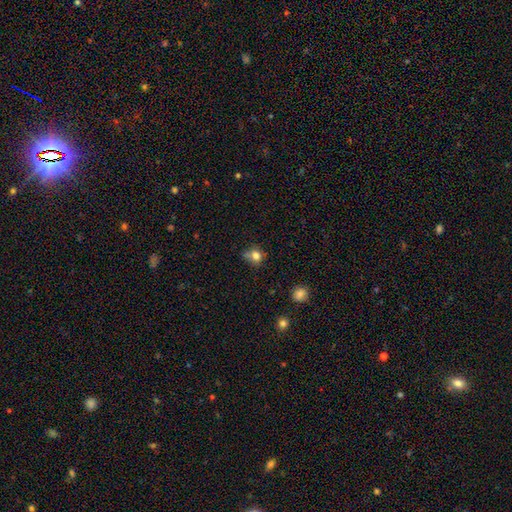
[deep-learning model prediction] Smooth or featured? Predicted: smooth (p=0.78). How rounded? Predicted: round (p=0.72). Merging? Predicted: none (p=0.51).